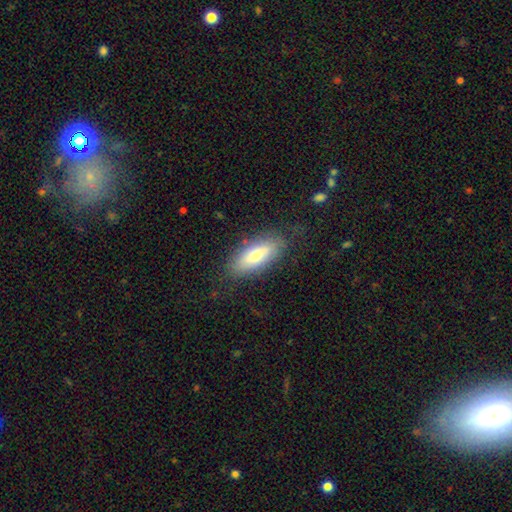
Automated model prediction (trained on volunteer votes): Morphology: type=smooth (73%); roundness=in between (78%); merging=none (78%).